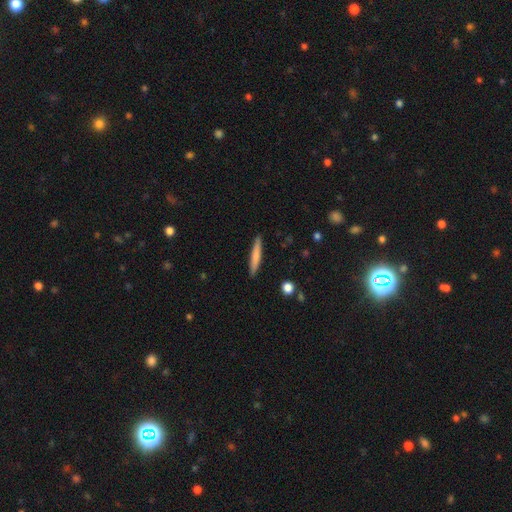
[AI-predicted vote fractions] smooth 73%, featured or disk 21%, star or artifact 6%. Down the decision tree: how rounded — cigar-shaped (94%); merging — none (90%).